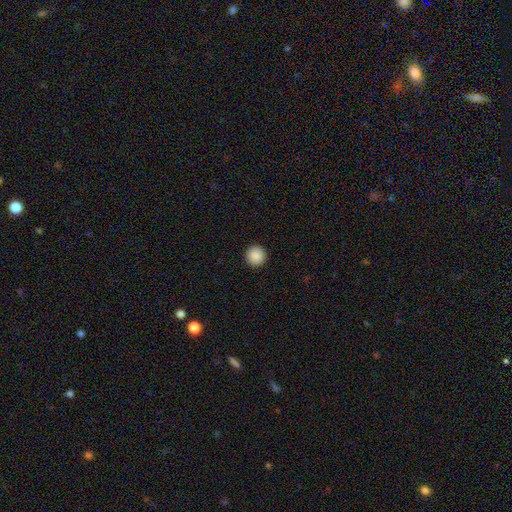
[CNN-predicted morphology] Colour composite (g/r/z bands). It shows a smooth galaxy with no disk features (89%) that is round (96%). Merging: none (94%).